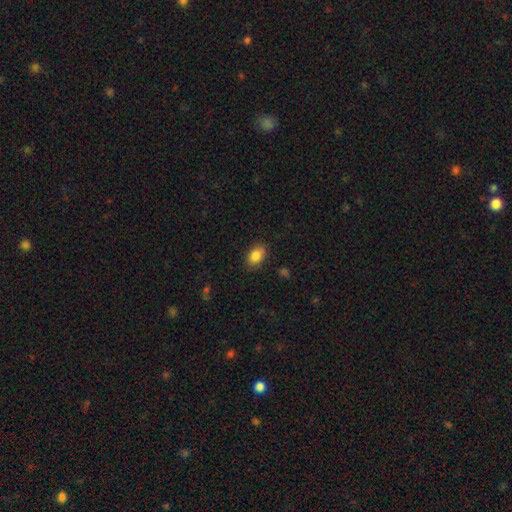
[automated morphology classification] This is clearly a smooth galaxy (86%). How rounded: clearly in between (86%). Merging: clearly none (86%).